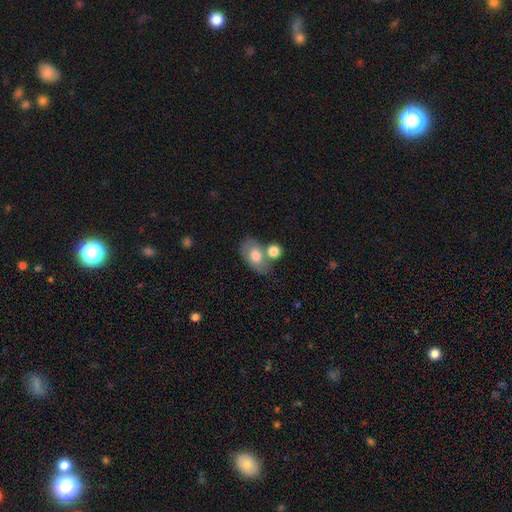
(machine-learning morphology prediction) This is likely a smooth galaxy (71%). How rounded: clearly in between (85%). Merging: possibly none (45%).